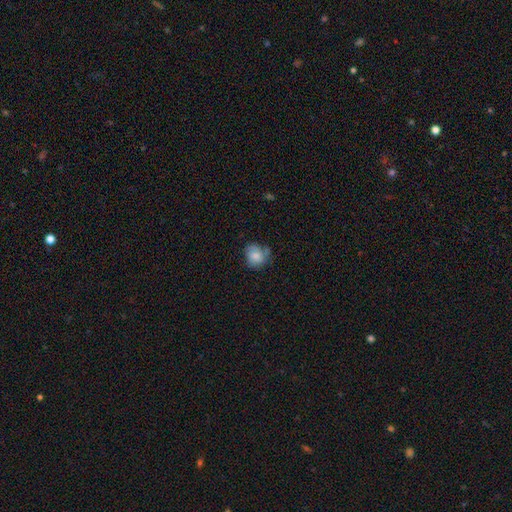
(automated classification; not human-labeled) smooth-or-featured: smooth: 74% | featured or disk: 17% | star or artifact: 8%
  how-rounded: round: 64% | in between: 35% | cigar-shaped: 1%
  merging: none: 53% | minor disturbance: 32% | major disturbance: 11% | merger: 5%